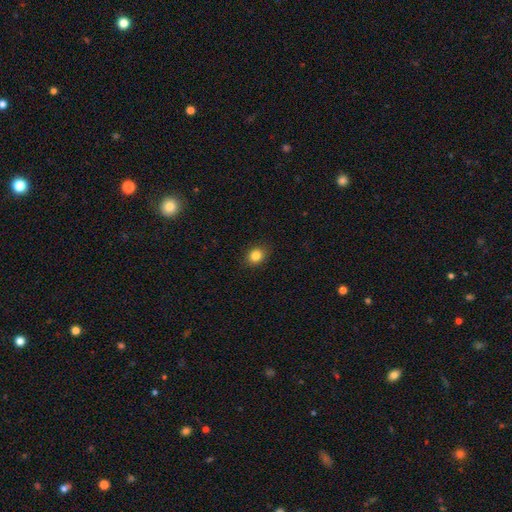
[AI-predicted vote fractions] Q: Smooth or featured?
A: smooth (84%); runner-up: star or artifact (10%)
Q: How rounded?
A: round (55%); runner-up: in between (44%)
Q: Merging?
A: none (88%); runner-up: minor disturbance (8%)